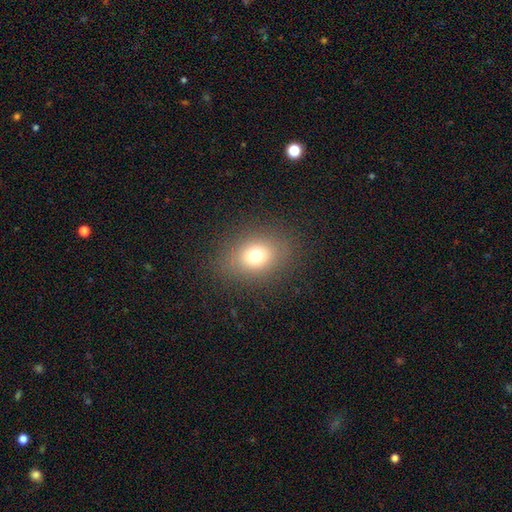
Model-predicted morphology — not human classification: smooth 72%, star or artifact 15%, featured or disk 12%. Down the decision tree: how rounded — in between (54%); merging — none (84%).